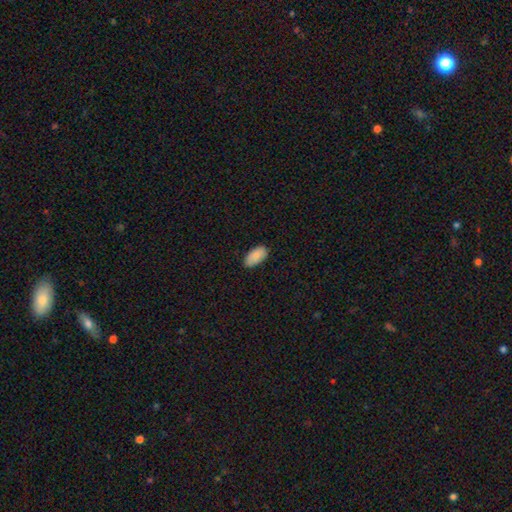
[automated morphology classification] smooth-or-featured: smooth: 88% | star or artifact: 6% | featured or disk: 5%
  how-rounded: in between: 95% | cigar-shaped: 3% | round: 2%
  merging: none: 83% | minor disturbance: 14% | major disturbance: 2% | merger: 1%